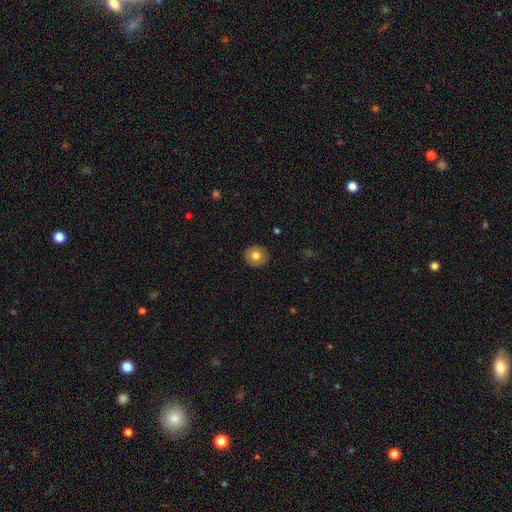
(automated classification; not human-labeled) A smooth galaxy with no disk features (75%) that is round (89%). Merging: none (91%).